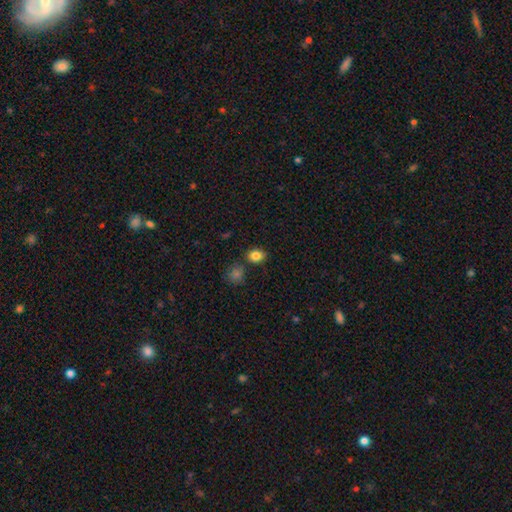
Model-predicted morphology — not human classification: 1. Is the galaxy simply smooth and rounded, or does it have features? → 84% smooth, 11% star or artifact, 5% featured or disk.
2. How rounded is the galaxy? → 52% in between, 47% round, 1% cigar-shaped.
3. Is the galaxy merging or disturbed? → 79% none, 11% minor disturbance, 7% merger, 3% major disturbance.